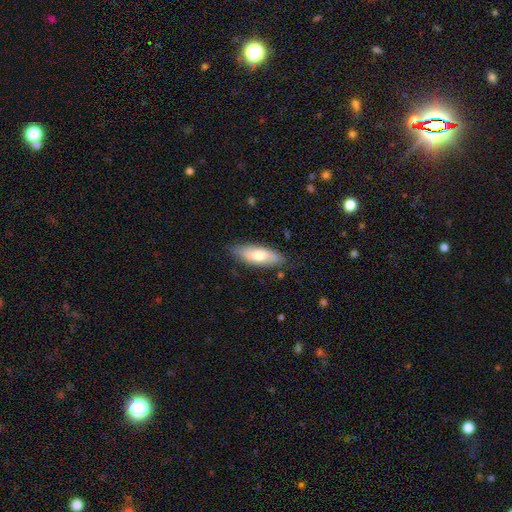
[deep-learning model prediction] Smooth or featured? smooth (64%)
How rounded? in between (64%)
Merging? none (81%)